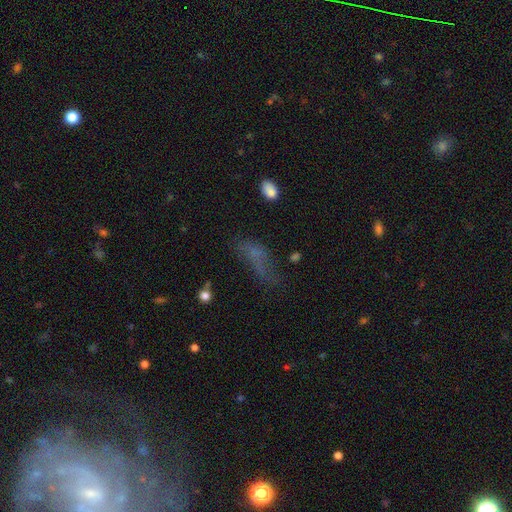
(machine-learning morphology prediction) smooth-or-featured: smooth: 53% | featured or disk: 26% | star or artifact: 21%
  how-rounded: in between: 64% | cigar-shaped: 29% | round: 7%
  merging: none: 37% | major disturbance: 34% | minor disturbance: 24% | merger: 5%